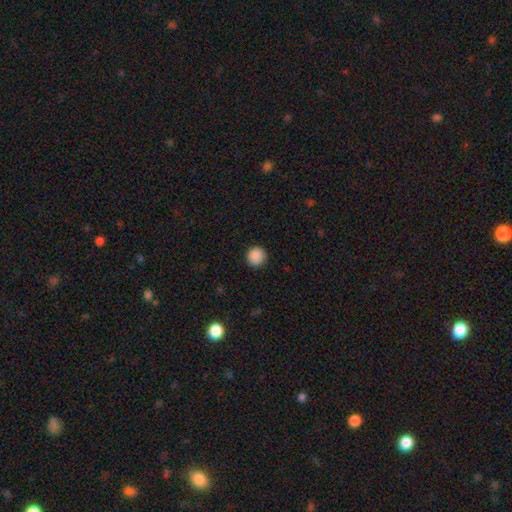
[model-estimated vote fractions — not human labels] Overall: smooth (89%). How rounded: round (94%). Merging: none (91%).